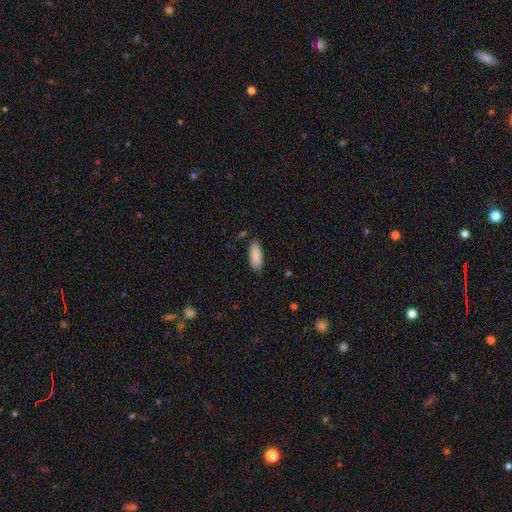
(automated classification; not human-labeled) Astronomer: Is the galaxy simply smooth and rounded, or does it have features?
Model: smooth — 89%.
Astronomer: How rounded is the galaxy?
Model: in between — 81%.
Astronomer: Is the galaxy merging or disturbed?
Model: none — 83%.